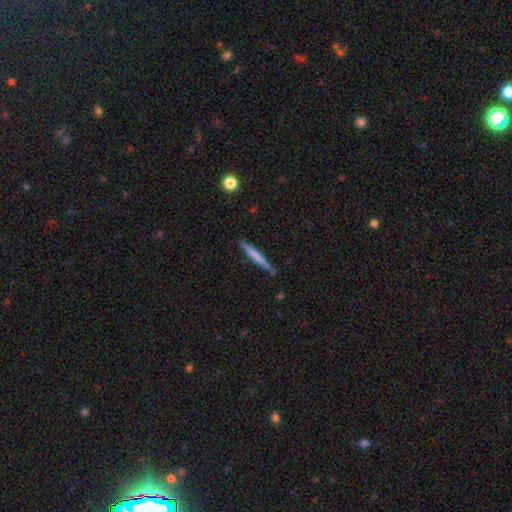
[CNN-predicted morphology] smooth 65%, featured or disk 30%, star or artifact 5%. Down the decision tree: how rounded — cigar-shaped (96%); merging — none (84%).